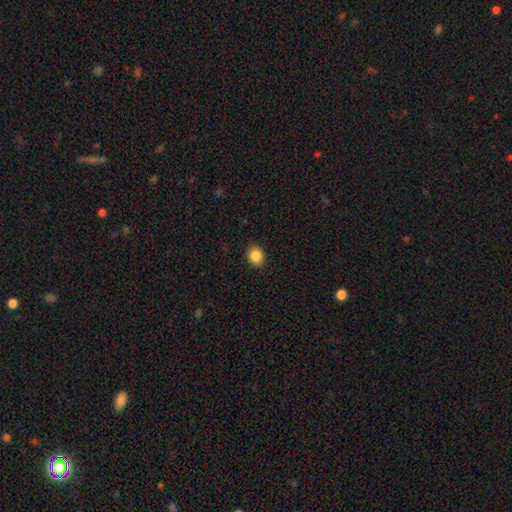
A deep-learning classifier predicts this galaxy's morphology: A smooth galaxy with no disk features (87%) that is round (72%). Merging: none (91%).